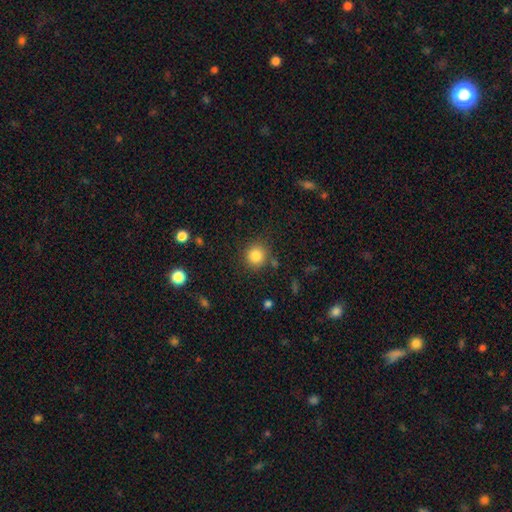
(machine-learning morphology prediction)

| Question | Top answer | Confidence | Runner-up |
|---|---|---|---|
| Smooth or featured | smooth | 84% | star or artifact (11%) |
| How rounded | round | 91% | in between (8%) |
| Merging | none | 85% | minor disturbance (8%) |